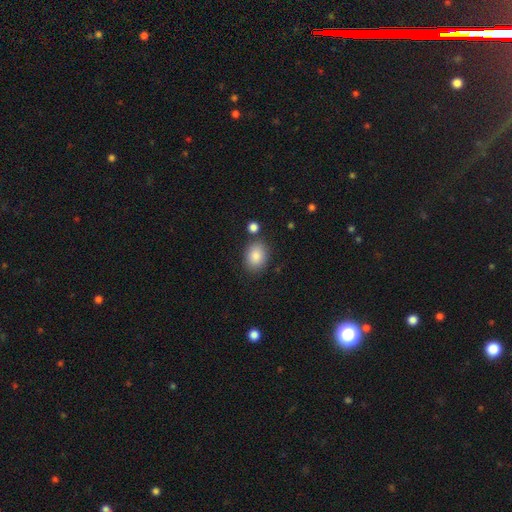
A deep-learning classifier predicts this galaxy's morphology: A smooth galaxy with no disk features (86%) that is in between round and cigar-shaped (65%).

Vote fractions:
- Smooth or featured? smooth: 86% / star or artifact: 8% / featured or disk: 6%
- How rounded? in between: 65% / round: 34% / cigar-shaped: 1%
- Merging? none: 78% / minor disturbance: 12% / merger: 7% / major disturbance: 3%